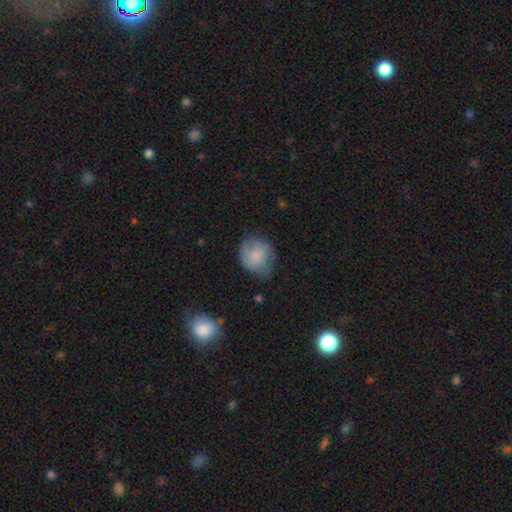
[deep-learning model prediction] Smooth or featured? smooth (69%)
How rounded? round (68%)
Merging? none (56%)